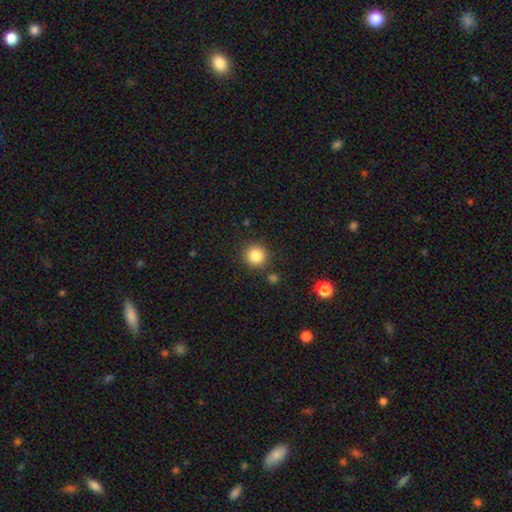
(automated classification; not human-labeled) Smooth or featured: smooth — 84% (star or artifact — 11%)
How rounded: round — 93% (in between — 6%)
Merging: none — 86% (minor disturbance — 8%)